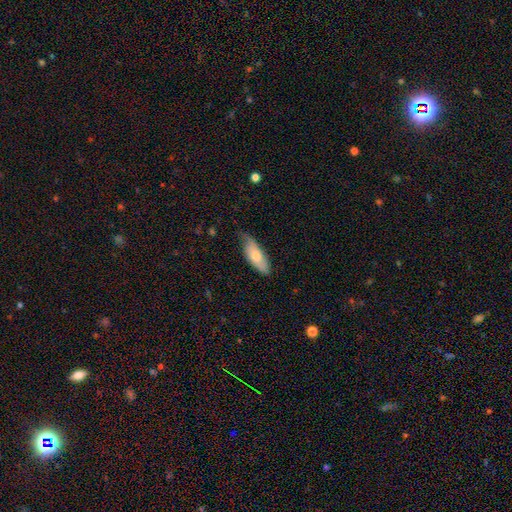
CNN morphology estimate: type=smooth (73%); roundness=in between (72%); merging=none (57%).